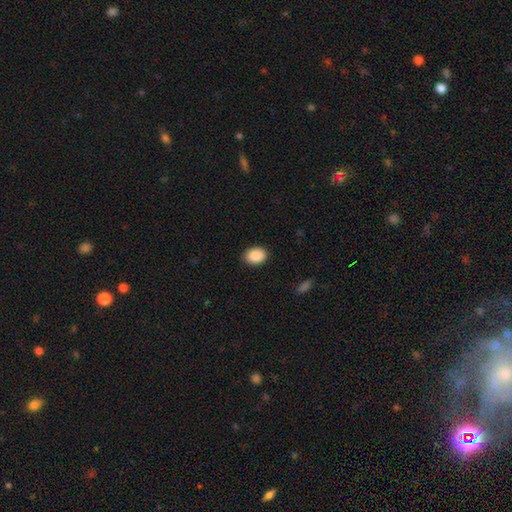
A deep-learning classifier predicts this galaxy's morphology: The model was most divided on "how rounded": in between: 77%, round: 22%, cigar-shaped: 1%. More confident: smooth or featured — smooth (90%); merging — none (87%).